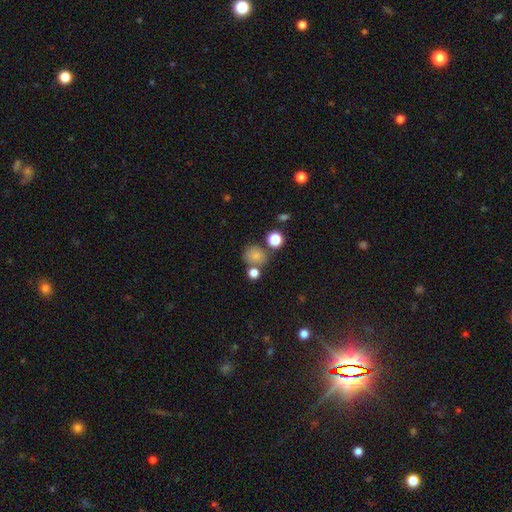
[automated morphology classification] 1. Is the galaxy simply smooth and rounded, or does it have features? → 78% smooth, 14% star or artifact, 9% featured or disk.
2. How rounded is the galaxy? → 78% round, 21% in between, 1% cigar-shaped.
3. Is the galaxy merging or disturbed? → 63% none, 19% merger, 13% minor disturbance, 5% major disturbance.